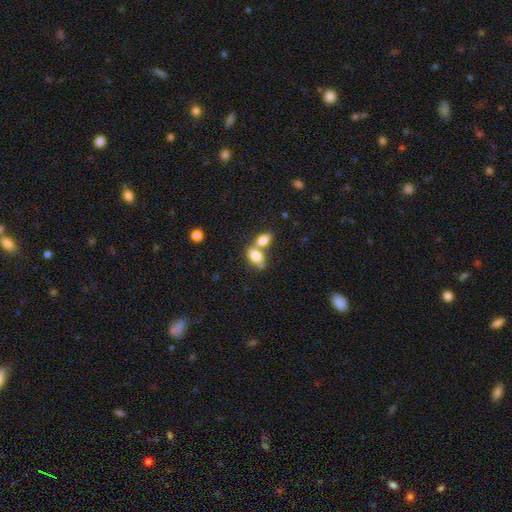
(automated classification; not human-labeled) Morphology: type=smooth (79%); roundness=in between (87%); merging=merger (63%).